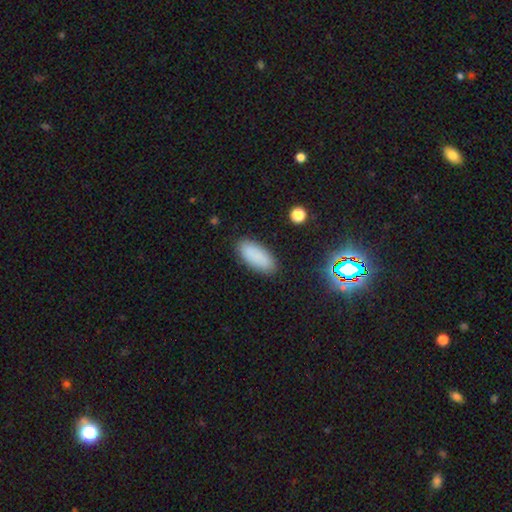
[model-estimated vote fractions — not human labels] smooth_or_featured: smooth (p=0.86) [alt: star or artifact p=0.09]
how_rounded: in between (p=0.83) [alt: cigar-shaped p=0.14]
merging: none (p=0.87) [alt: minor disturbance p=0.09]